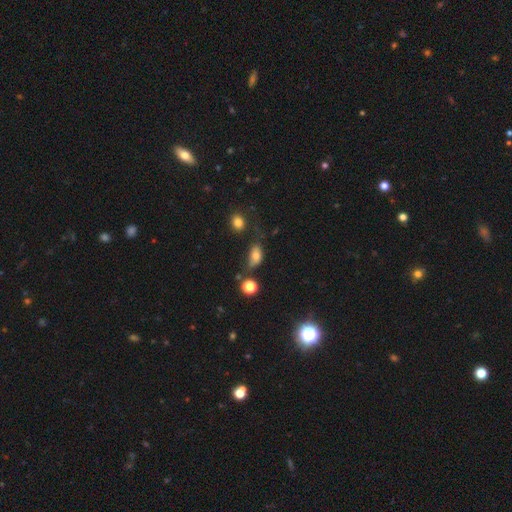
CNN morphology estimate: Q: Smooth or featured?
A: smooth (72%); runner-up: featured or disk (16%)
Q: How rounded?
A: in between (83%); runner-up: round (13%)
Q: Merging?
A: none (43%); runner-up: minor disturbance (31%)